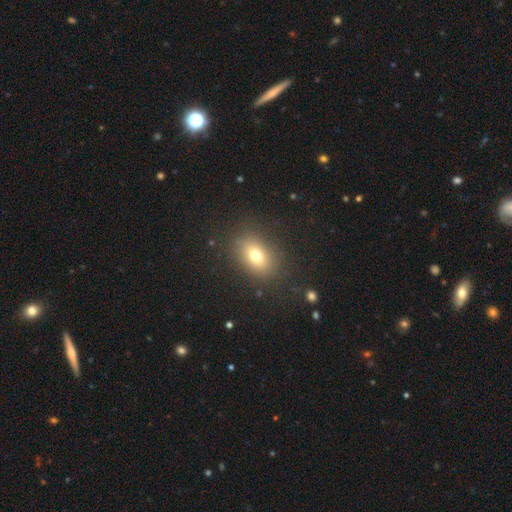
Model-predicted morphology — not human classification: Smooth or featured?
  - smooth: 72% *
  - star or artifact: 14%
  - featured or disk: 13%
How rounded?
  - in between: 71% *
  - round: 28%
  - cigar-shaped: 2%
Merging?
  - none: 85% *
  - minor disturbance: 9%
  - major disturbance: 5%
  - merger: 1%